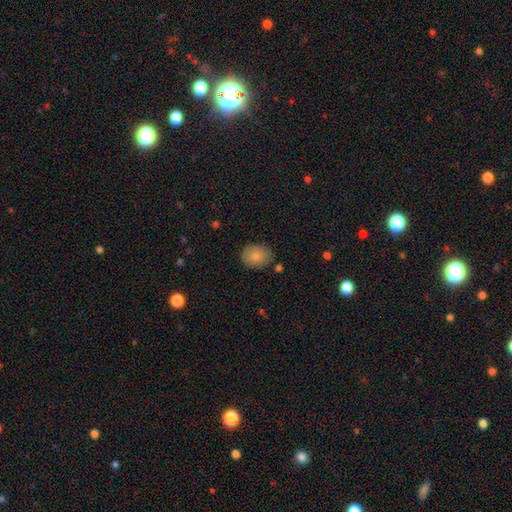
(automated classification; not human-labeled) This appears to be a smooth galaxy with no disk features (84%) that is in between round and cigar-shaped (55%). Merging: none (80%).